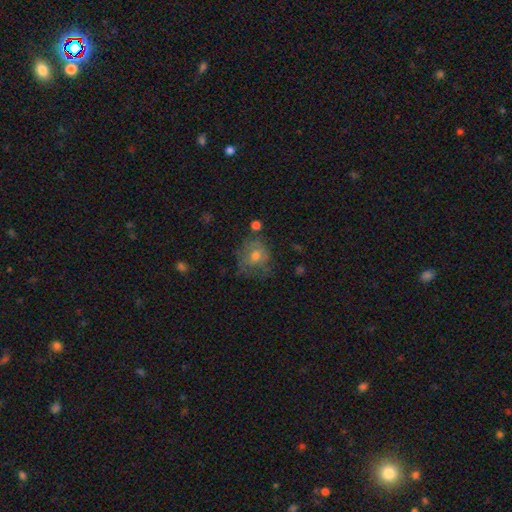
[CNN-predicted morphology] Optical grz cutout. It shows a smooth galaxy with no disk features (53%) that is round (67%). Merging: none (52%).